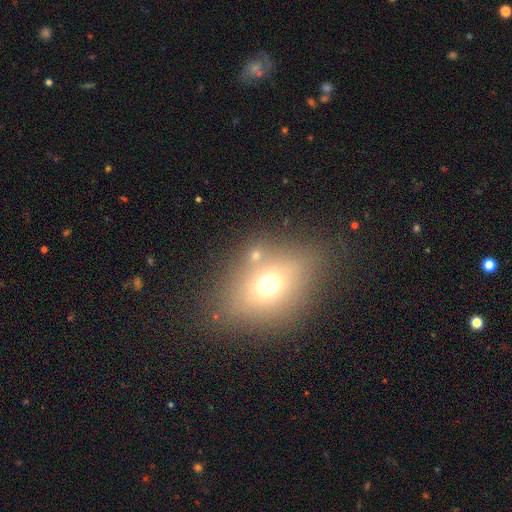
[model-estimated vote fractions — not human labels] A smooth galaxy with no disk features (62%) that is in between round and cigar-shaped (57%).

Vote fractions:
- Smooth or featured? smooth: 62% / star or artifact: 22% / featured or disk: 17%
- How rounded? in between: 57% / round: 40% / cigar-shaped: 3%
- Merging? none: 73% / minor disturbance: 12% / merger: 8% / major disturbance: 7%